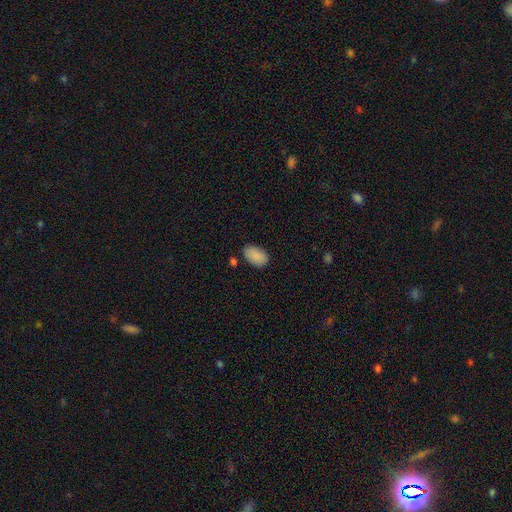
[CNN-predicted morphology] smooth-or-featured: smooth: 90% | star or artifact: 7% | featured or disk: 3%
  how-rounded: in between: 92% | round: 7% | cigar-shaped: 1%
  merging: none: 79% | minor disturbance: 14% | merger: 3% | major disturbance: 3%